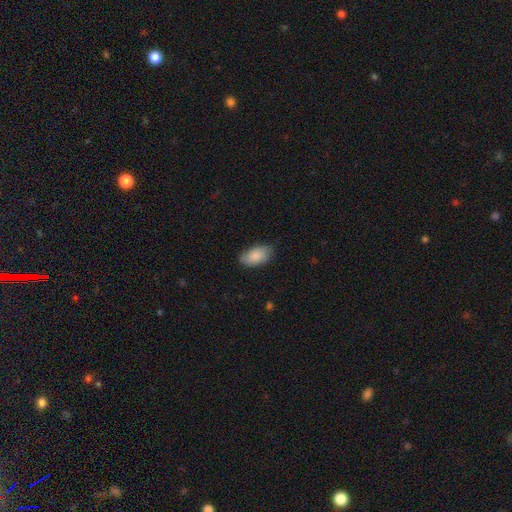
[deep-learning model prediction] Smooth or featured: smooth — 85% (featured or disk — 9%)
How rounded: in between — 94% (round — 4%)
Merging: none — 79% (minor disturbance — 17%)